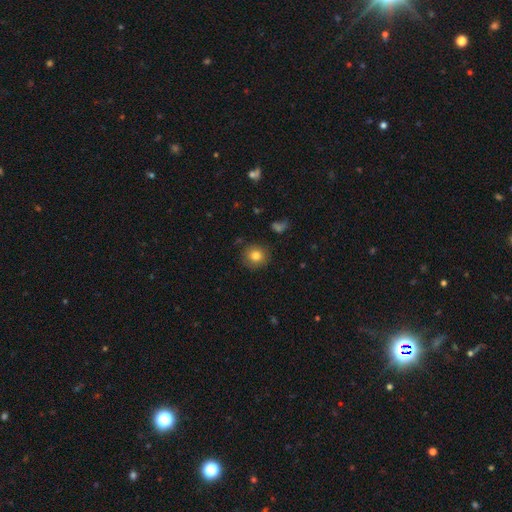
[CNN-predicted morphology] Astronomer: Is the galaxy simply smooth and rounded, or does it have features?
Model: smooth — 80%.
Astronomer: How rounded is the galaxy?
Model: round — 90%.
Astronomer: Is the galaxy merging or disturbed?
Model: none — 86%.